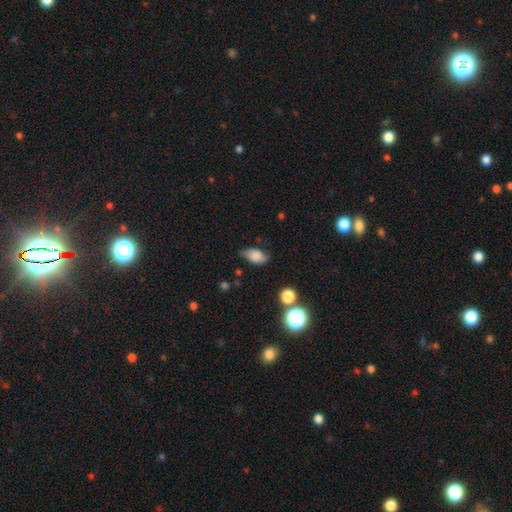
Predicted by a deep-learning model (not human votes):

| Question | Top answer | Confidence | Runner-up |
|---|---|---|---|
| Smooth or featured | smooth | 74% | featured or disk (16%) |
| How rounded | in between | 88% | round (9%) |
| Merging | none | 65% | minor disturbance (26%) |